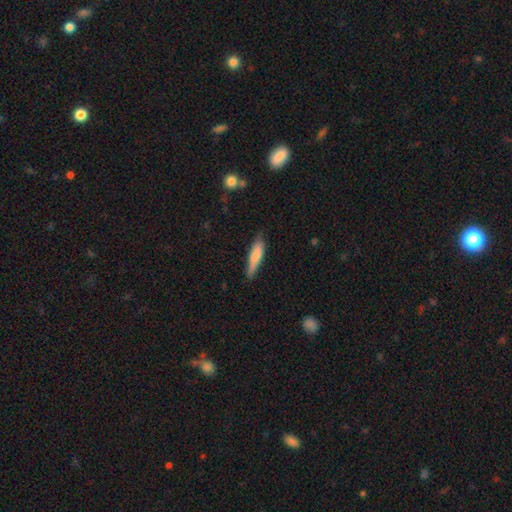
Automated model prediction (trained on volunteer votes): This appears to be a smooth galaxy with no disk features (76%) that is cigar-shaped (77%). Merging: none (71%).